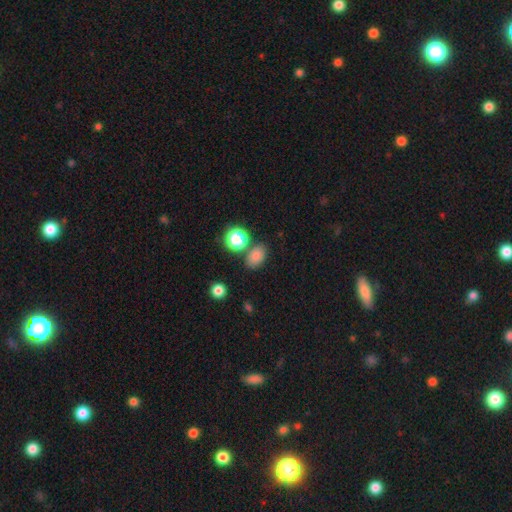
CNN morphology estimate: A smooth galaxy with no disk features (78%) that is in between round and cigar-shaped (74%).

Vote fractions:
- Smooth or featured? smooth: 78% / star or artifact: 15% / featured or disk: 7%
- How rounded? in between: 74% / round: 25% / cigar-shaped: 1%
- Merging? none: 73% / minor disturbance: 13% / merger: 10% / major disturbance: 4%